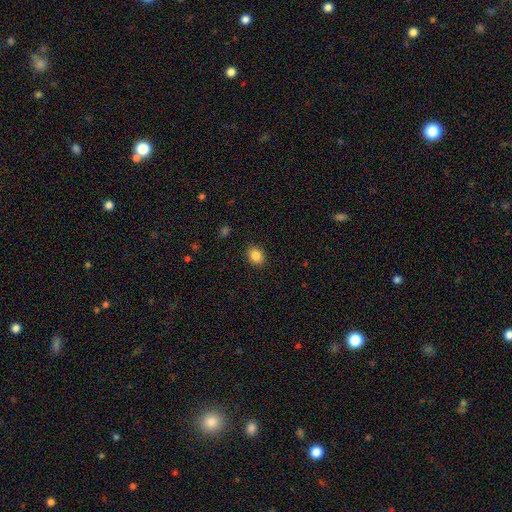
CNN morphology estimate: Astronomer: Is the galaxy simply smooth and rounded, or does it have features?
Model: smooth — 86%.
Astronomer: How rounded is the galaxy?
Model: in between — 54% (runner-up: round, 45%).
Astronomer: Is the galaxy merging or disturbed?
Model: none — 88%.